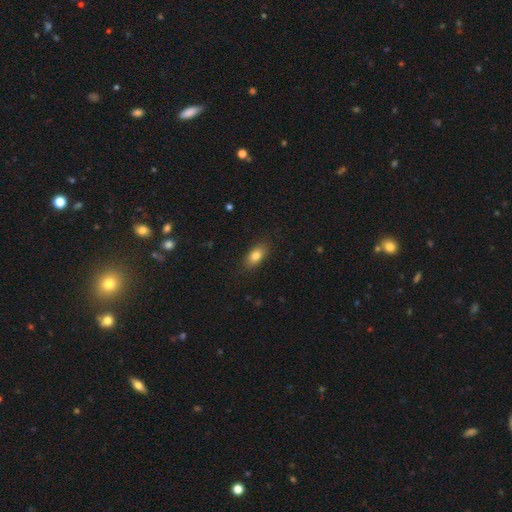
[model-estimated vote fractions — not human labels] Smooth or featured: smooth — 82% (featured or disk — 10%)
How rounded: in between — 86% (round — 7%)
Merging: none — 85% (minor disturbance — 11%)